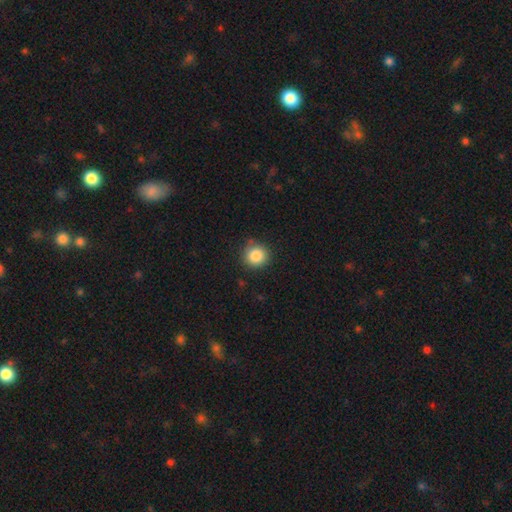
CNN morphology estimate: Smooth or featured: smooth — 86% (star or artifact — 10%)
How rounded: round — 93% (in between — 6%)
Merging: none — 85% (minor disturbance — 11%)